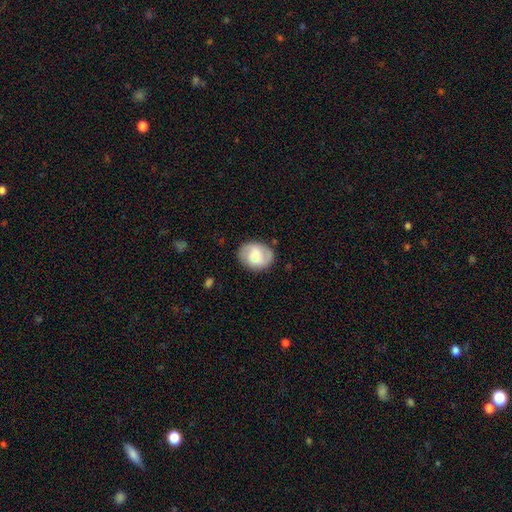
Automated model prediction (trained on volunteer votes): smooth-or-featured: featured or disk: 49% | smooth: 44% | star or artifact: 7%
  merging: none: 79% | minor disturbance: 15% | major disturbance: 5% | merger: 2%